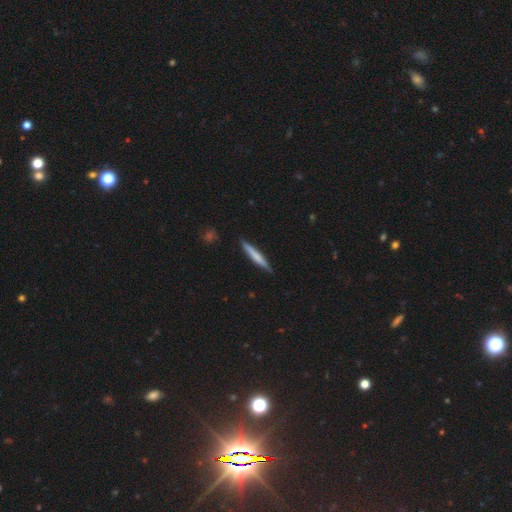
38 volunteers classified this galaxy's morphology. Smooth or featured? smooth (55%)
How rounded? cigar-shaped (100%)
Merging? none (89%)